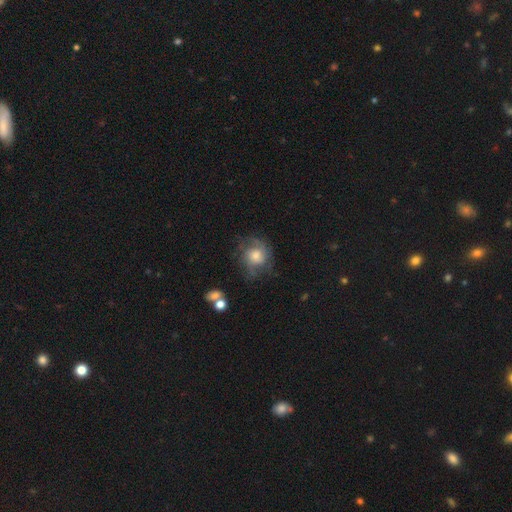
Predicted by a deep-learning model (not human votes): Smooth or featured?
  - featured or disk: 51% *
  - smooth: 40%
  - star or artifact: 9%
Edge-on disk?
  - no: 97% *
  - yes: 3%
Merging?
  - none: 60% *
  - minor disturbance: 23%
  - major disturbance: 15%
  - merger: 3%